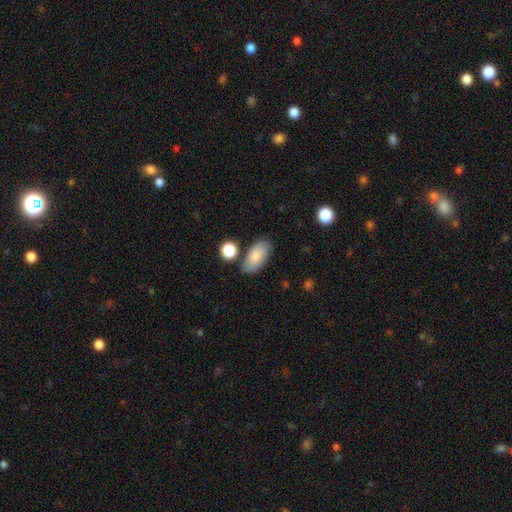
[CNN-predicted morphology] Smooth or featured? Predicted: smooth (p=0.81). How rounded? Predicted: in between (p=0.93). Merging? Predicted: none (p=0.71).